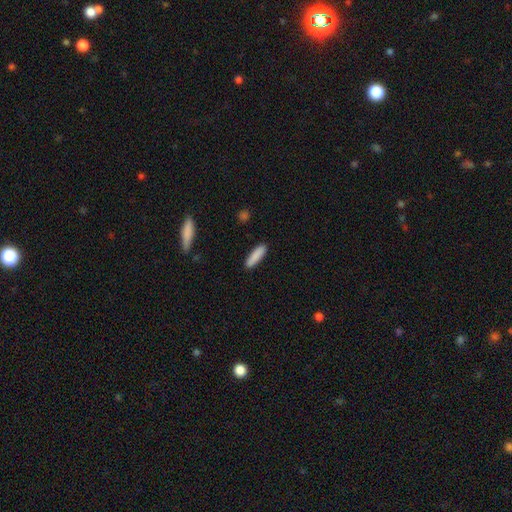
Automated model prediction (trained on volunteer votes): smooth_or_featured: smooth (p=0.87) [alt: featured or disk p=0.07]
how_rounded: cigar-shaped (p=0.70) [alt: in between p=0.28]
merging: none (p=0.88) [alt: minor disturbance p=0.08]